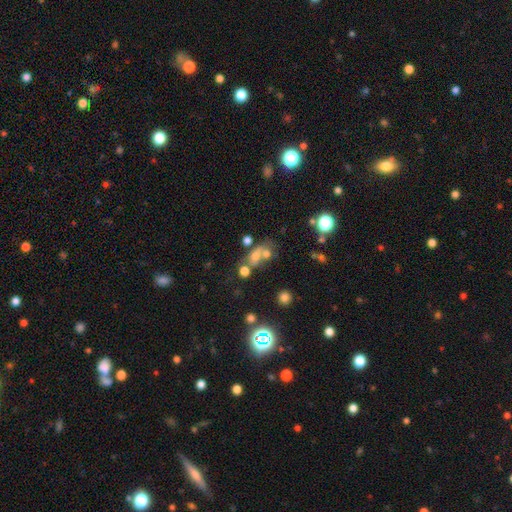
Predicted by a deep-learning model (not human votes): smooth 57%, featured or disk 23%, star or artifact 21%. Down the decision tree: how rounded — in between (60%); merging — merger (47%).